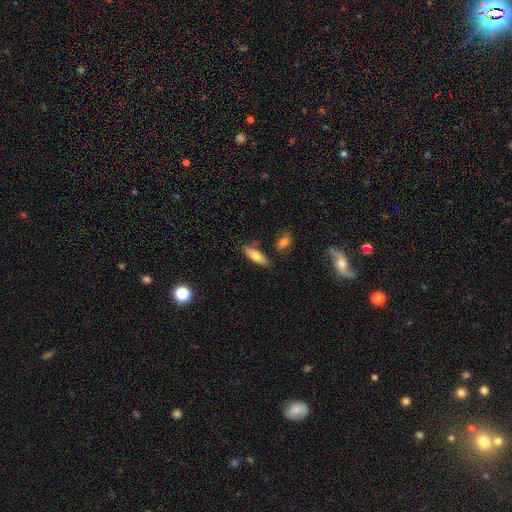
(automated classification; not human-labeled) A smooth galaxy with no disk features (72%) that is in between round and cigar-shaped (55%). Merging: none (79%).